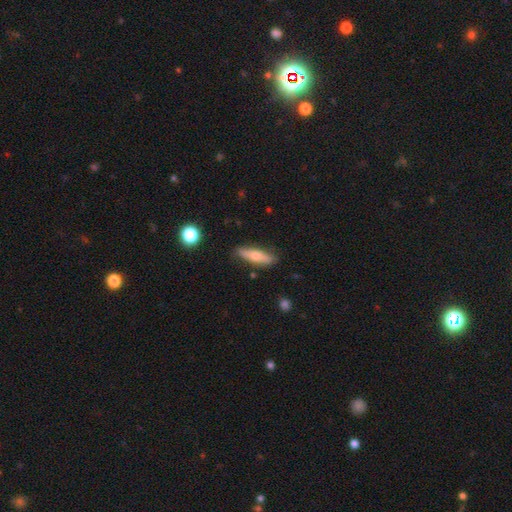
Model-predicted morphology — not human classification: smooth-or-featured: smooth: 64% | featured or disk: 30% | star or artifact: 6%
  how-rounded: cigar-shaped: 65% | in between: 32% | round: 2%
  merging: none: 82% | minor disturbance: 13% | major disturbance: 2% | merger: 2%